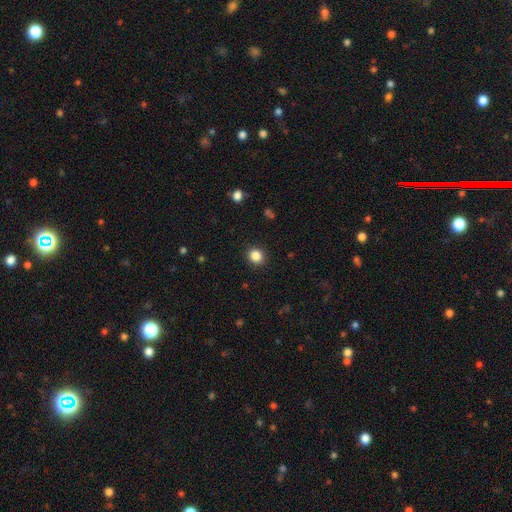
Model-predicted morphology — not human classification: Overall: smooth (85%). How rounded: round (86%). Merging: none (91%).